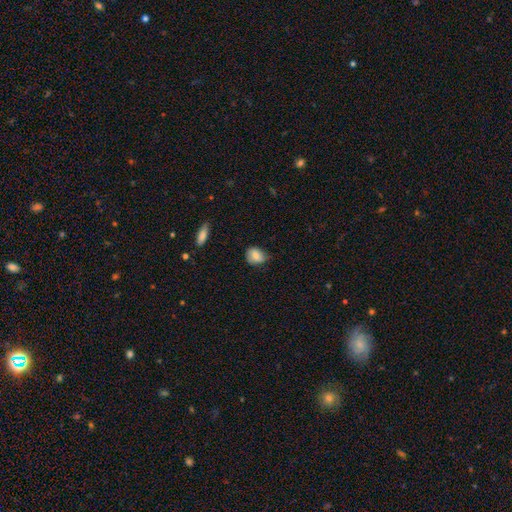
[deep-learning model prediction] The model was most divided on "how rounded": in between: 51%, round: 47%, cigar-shaped: 2%. More confident: smooth or featured — smooth (79%); merging — none (59%).